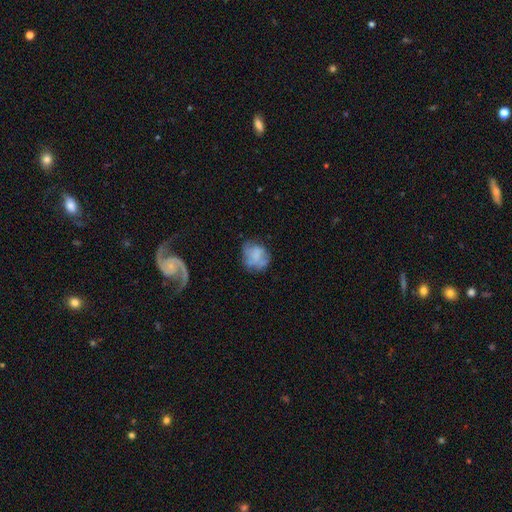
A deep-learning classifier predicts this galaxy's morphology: Smooth or featured? smooth (55%)
How rounded? round (62%)
Merging? none (53%)